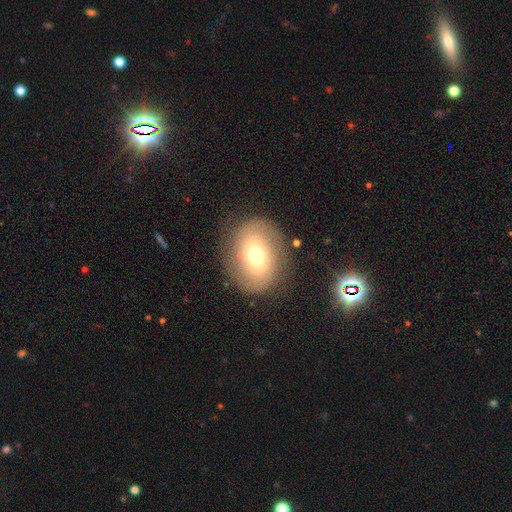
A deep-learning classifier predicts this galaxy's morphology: smooth-or-featured: smooth: 52% | featured or disk: 38% | star or artifact: 10%
  how-rounded: in between: 50% | round: 49% | cigar-shaped: 1%
  merging: none: 78% | minor disturbance: 13% | major disturbance: 7% | merger: 2%